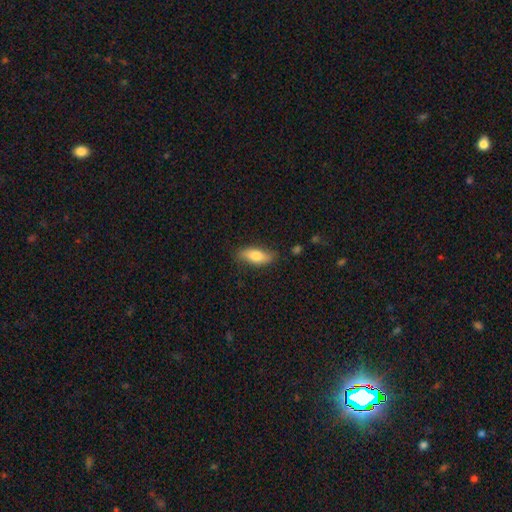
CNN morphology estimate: Overall: smooth (76%). How rounded: in between (75%). Merging: none (77%).